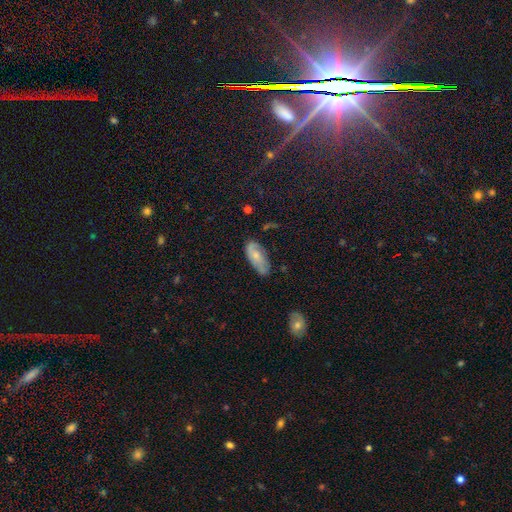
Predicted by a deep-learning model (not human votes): Morphology: type=smooth (57%); roundness=in between (85%); merging=none (61%).